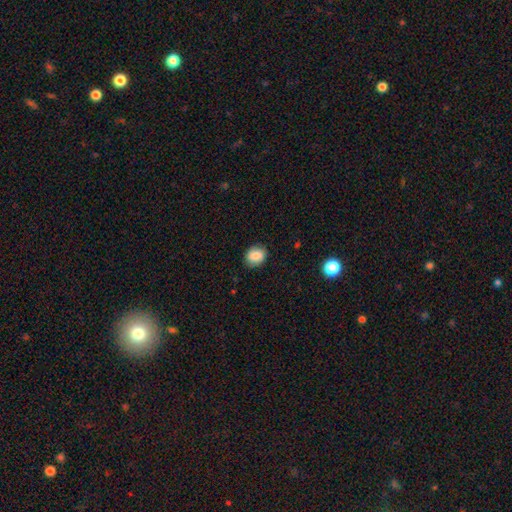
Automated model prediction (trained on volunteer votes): The model was most divided on "how rounded": in between: 50%, round: 49%, cigar-shaped: 1%. More confident: smooth or featured — smooth (84%); merging — none (83%).